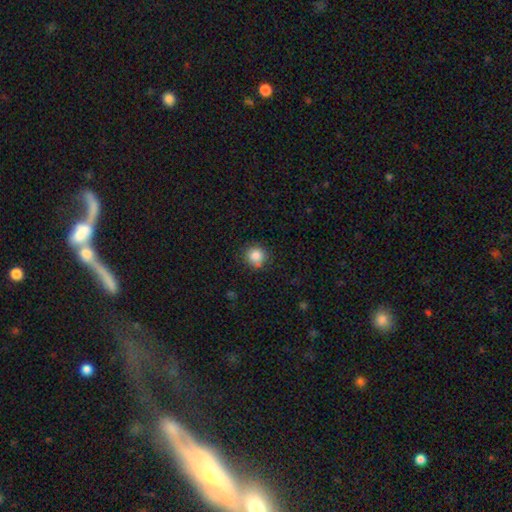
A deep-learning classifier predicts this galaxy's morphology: Q: Smooth or featured?
A: smooth (84%); runner-up: star or artifact (11%)
Q: How rounded?
A: round (93%); runner-up: in between (6%)
Q: Merging?
A: none (81%); runner-up: minor disturbance (12%)